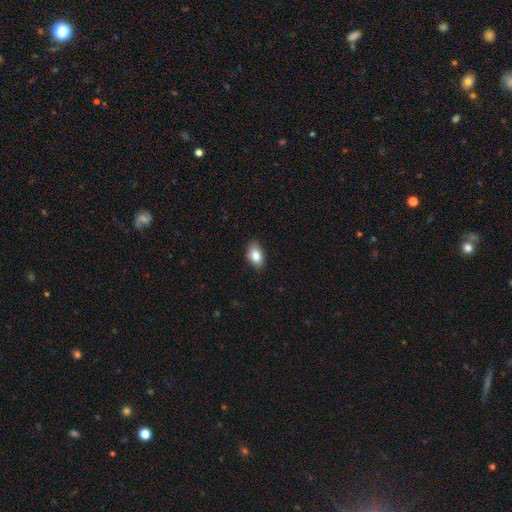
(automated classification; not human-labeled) Smooth or featured? smooth (84%)
How rounded? in between (88%)
Merging? none (84%)